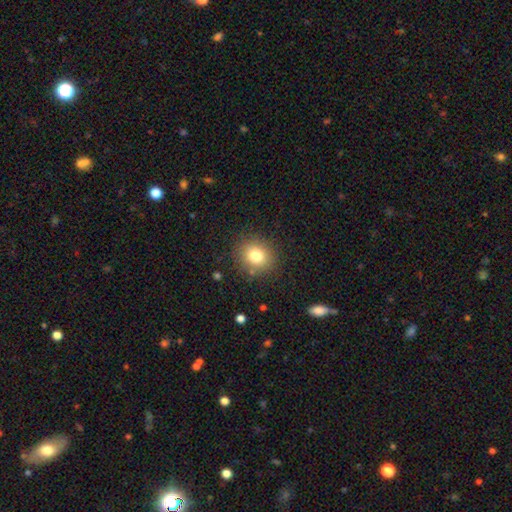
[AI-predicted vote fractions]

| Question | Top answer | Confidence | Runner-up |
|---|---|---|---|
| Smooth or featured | smooth | 79% | star or artifact (12%) |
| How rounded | round | 79% | in between (20%) |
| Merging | none | 86% | minor disturbance (9%) |